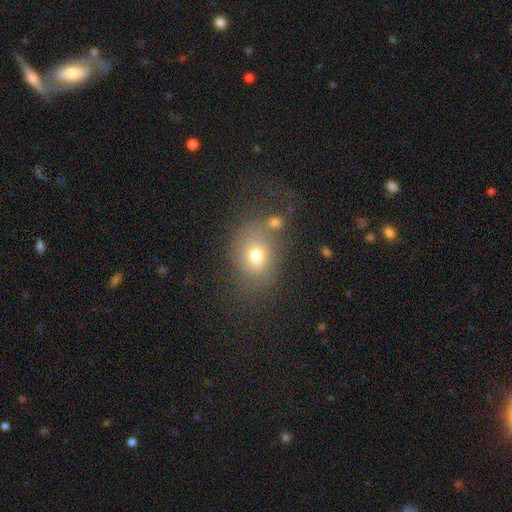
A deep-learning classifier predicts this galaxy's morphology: Smooth or featured? Predicted: smooth (p=0.68). How rounded? Predicted: in between (p=0.56). Merging? Predicted: none (p=0.50).